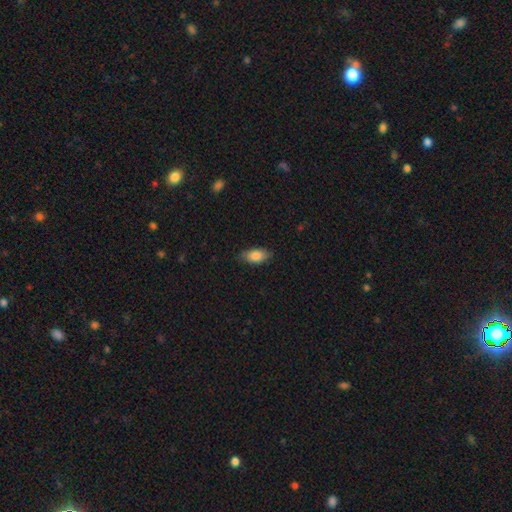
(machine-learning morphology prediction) A smooth galaxy with no disk features (85%) that is in between round and cigar-shaped (90%). Merging: none (83%).